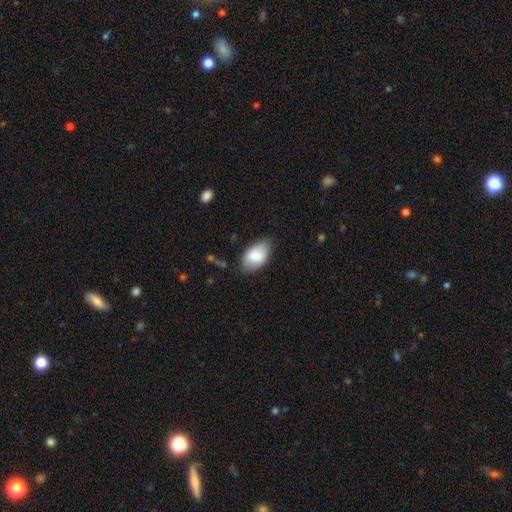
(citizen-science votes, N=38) Overall: smooth (79%). How rounded: in between (93%). Merging: none (74%).